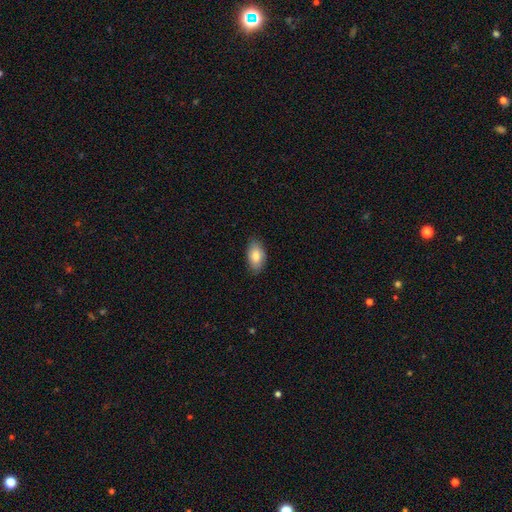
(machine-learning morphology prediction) This is clearly a smooth galaxy (83%). How rounded: clearly in between (94%). Merging: clearly none (85%).